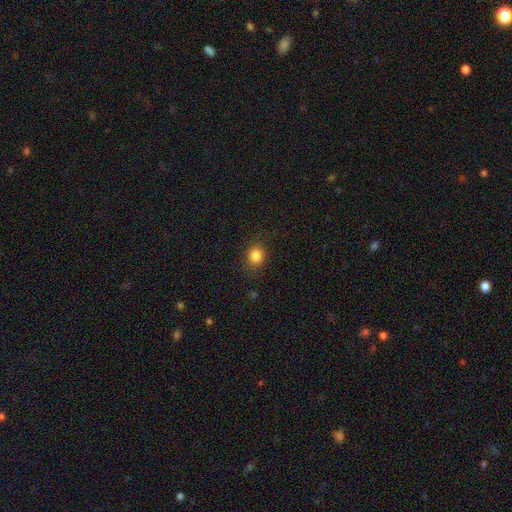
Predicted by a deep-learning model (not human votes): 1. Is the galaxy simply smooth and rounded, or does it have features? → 84% smooth, 11% star or artifact, 5% featured or disk.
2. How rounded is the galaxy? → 74% round, 25% in between, 1% cigar-shaped.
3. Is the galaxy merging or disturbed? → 86% none, 10% minor disturbance, 3% major disturbance, 1% merger.